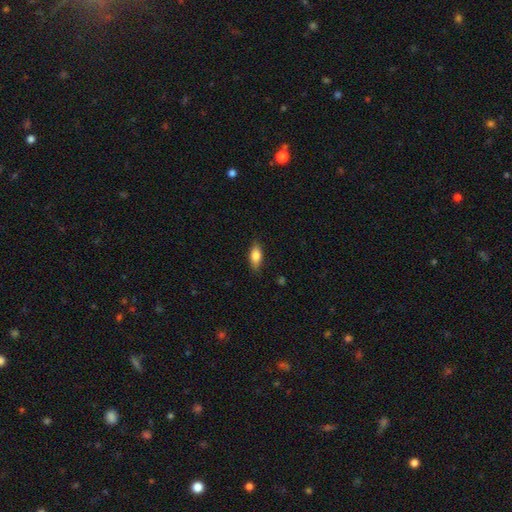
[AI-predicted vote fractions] Smooth or featured?
  - smooth: 81% *
  - featured or disk: 12%
  - star or artifact: 7%
How rounded?
  - in between: 83% *
  - cigar-shaped: 13%
  - round: 3%
Merging?
  - none: 86% *
  - minor disturbance: 11%
  - major disturbance: 2%
  - merger: 1%